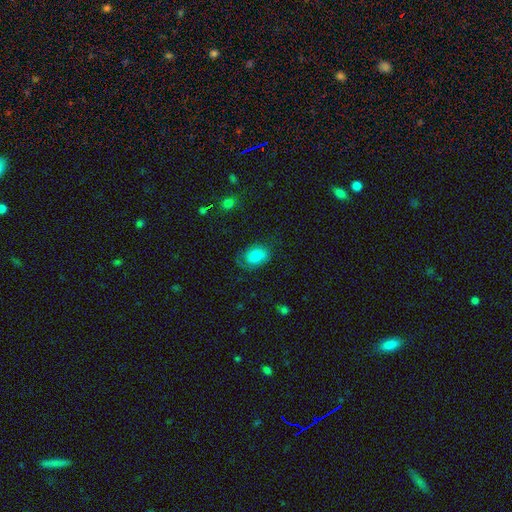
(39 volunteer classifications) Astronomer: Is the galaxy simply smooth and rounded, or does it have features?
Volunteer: smooth — 69%.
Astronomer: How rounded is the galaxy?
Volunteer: in between — 89%.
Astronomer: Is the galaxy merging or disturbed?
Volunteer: minor disturbance — 46% (runner-up: none, 43%).